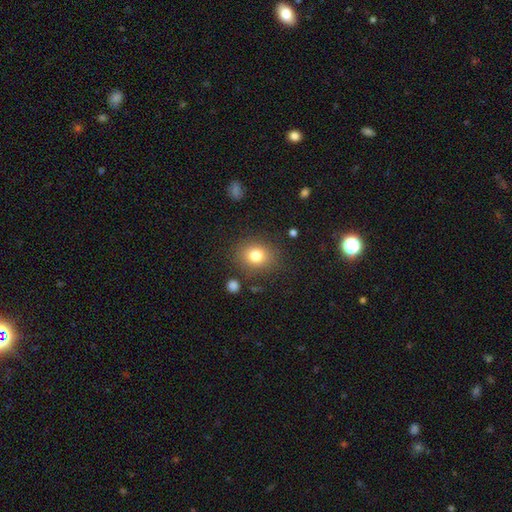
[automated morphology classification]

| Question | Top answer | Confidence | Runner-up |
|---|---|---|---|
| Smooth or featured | smooth | 80% | star or artifact (11%) |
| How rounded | round | 57% | in between (42%) |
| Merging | none | 81% | minor disturbance (12%) |